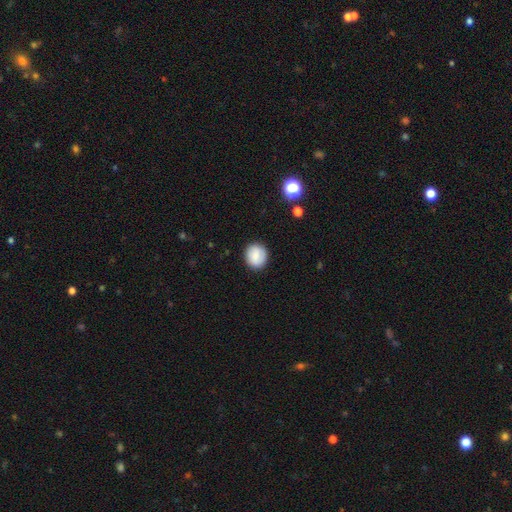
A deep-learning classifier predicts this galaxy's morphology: Smooth or featured? Predicted: smooth (p=0.80). How rounded? Predicted: round (p=0.80). Merging? Predicted: none (p=0.87).